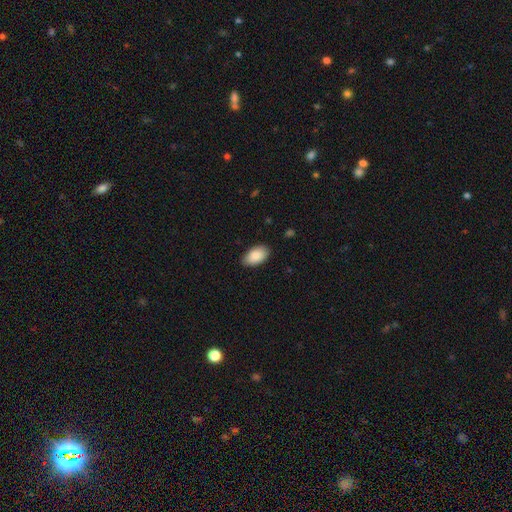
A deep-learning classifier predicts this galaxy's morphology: A smooth galaxy with no disk features (88%) that is in between round and cigar-shaped (95%). Merging: none (85%).